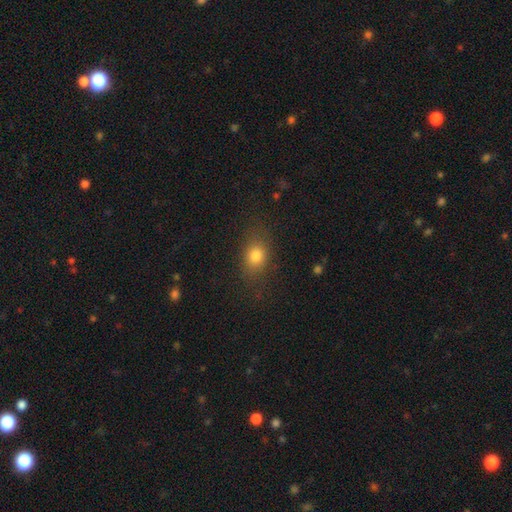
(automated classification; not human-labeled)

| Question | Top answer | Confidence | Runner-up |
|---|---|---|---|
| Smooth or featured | smooth | 77% | star or artifact (13%) |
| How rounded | in between | 58% | round (39%) |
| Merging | none | 80% | minor disturbance (14%) |